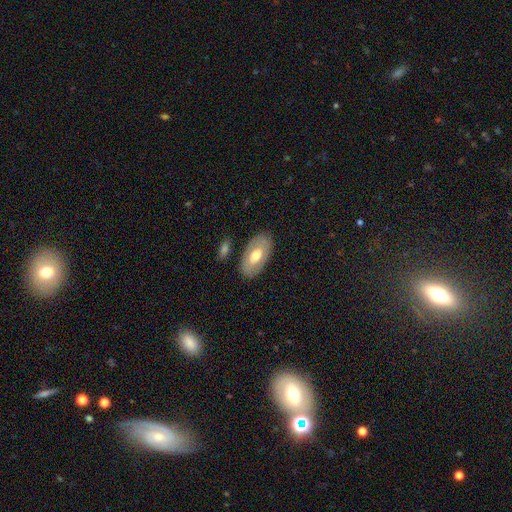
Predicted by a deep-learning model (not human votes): This appears to be a smooth galaxy with no disk features (54%) that is in between round and cigar-shaped (93%). Merging: none (82%).